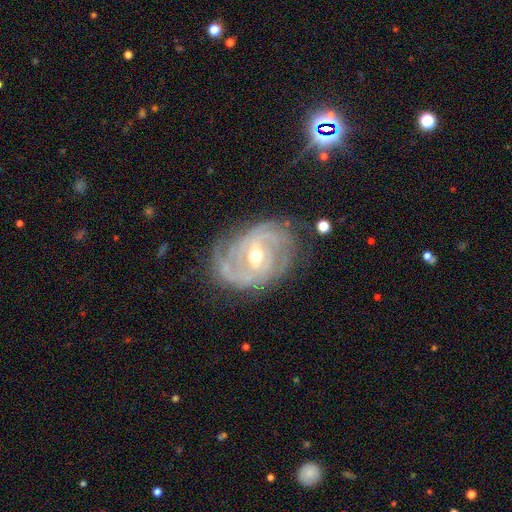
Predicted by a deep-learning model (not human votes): Smooth or featured? featured or disk (89%)
Edge-on disk? no (97%)
Bar? weak (47%)
Spiral arms? yes (96%)
Spiral winding? tight (64%)
Spiral arm count? 2 (26%, tied with can't tell)
Bulge size? moderate (58%)
Merging? none (71%)